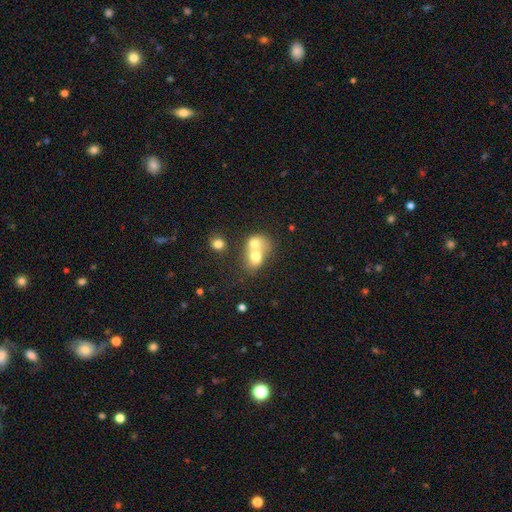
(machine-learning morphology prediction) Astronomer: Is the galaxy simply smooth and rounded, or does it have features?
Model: smooth — 68%.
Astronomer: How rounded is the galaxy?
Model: round — 53% (runner-up: in between, 46%).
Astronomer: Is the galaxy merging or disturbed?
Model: merger — 74%.